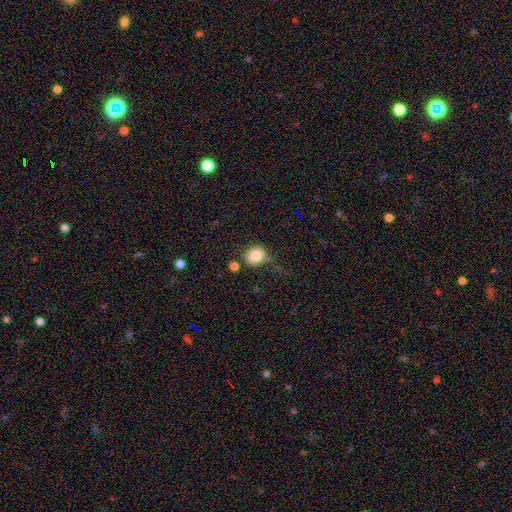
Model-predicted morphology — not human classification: Smooth or featured? Predicted: smooth (p=0.85). How rounded? Predicted: round (p=0.73). Merging? Predicted: none (p=0.68).